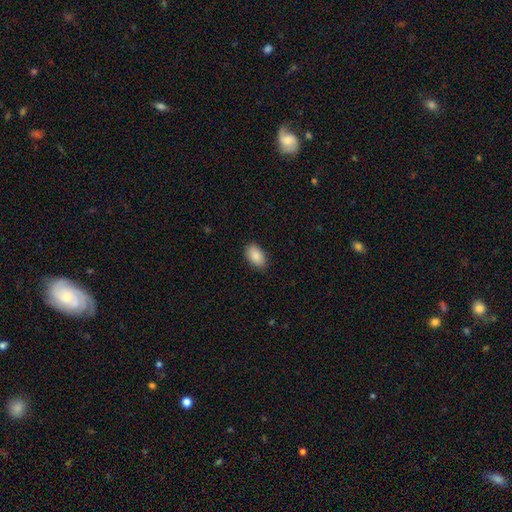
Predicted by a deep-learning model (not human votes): The model was most divided on "merging": none: 86%, minor disturbance: 11%, major disturbance: 2%, merger: 1%. More confident: how rounded — in between (94%); smooth or featured — smooth (89%).